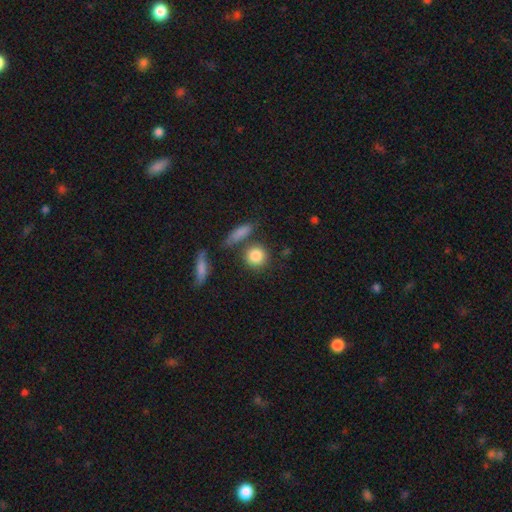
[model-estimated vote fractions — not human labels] Overall: smooth (84%). How rounded: round (81%). Merging: none (70%).